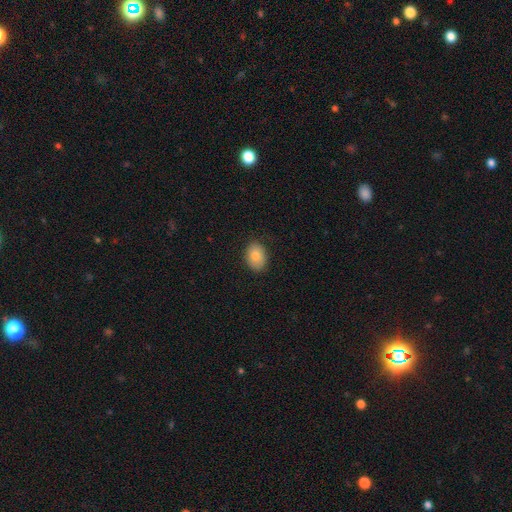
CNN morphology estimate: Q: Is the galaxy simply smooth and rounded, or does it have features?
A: smooth — 82%.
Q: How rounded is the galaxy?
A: in between — 75%.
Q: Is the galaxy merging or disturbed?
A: none — 84%.